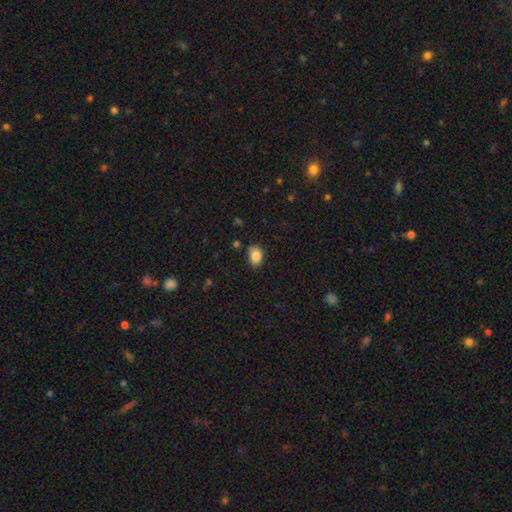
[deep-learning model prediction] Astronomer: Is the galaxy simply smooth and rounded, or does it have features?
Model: smooth — 85%.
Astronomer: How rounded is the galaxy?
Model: in between — 78%.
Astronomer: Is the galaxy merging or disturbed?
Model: none — 76%.